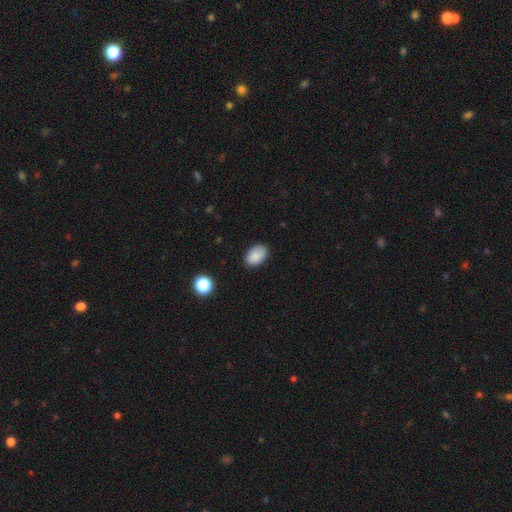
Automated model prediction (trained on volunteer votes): This is clearly a smooth galaxy (88%). How rounded: clearly in between (89%). Merging: clearly none (85%).